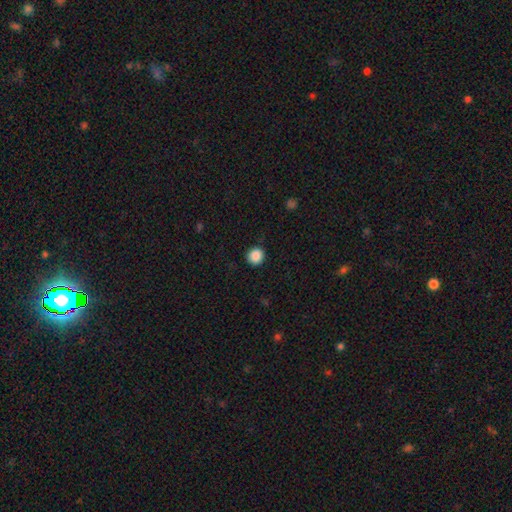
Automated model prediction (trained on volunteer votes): smooth 88%, star or artifact 9%, featured or disk 3%. Down the decision tree: how rounded — round (90%); merging — none (90%).